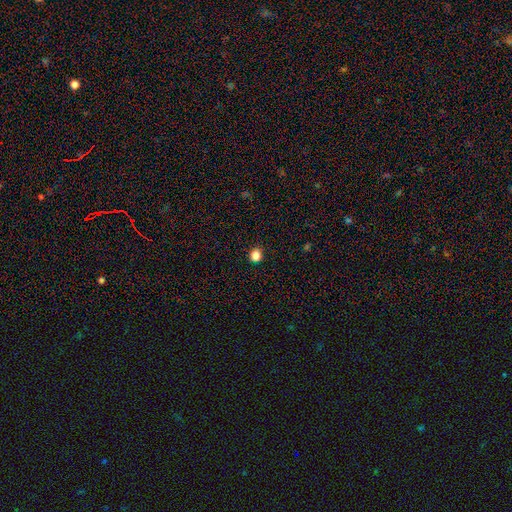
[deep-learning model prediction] This appears to be a smooth galaxy with no disk features (85%) that is round (73%). Merging: none (91%).